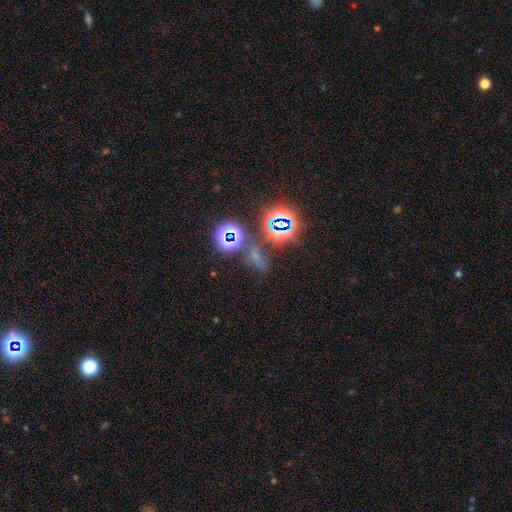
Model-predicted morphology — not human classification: smooth_or_featured: star or artifact (p=0.57) [alt: smooth p=0.33]